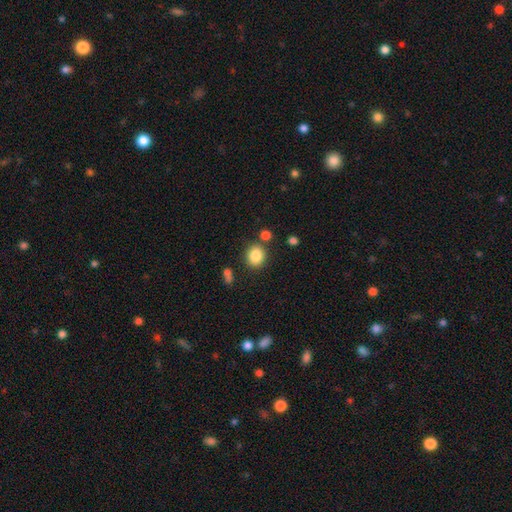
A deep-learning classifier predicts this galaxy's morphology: This appears to be a smooth galaxy with no disk features (85%) that is round (72%). Merging: none (79%).